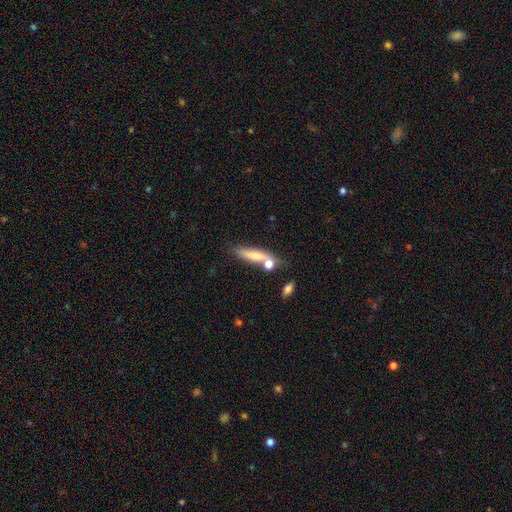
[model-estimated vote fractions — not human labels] Smooth or featured: smooth — 69% (featured or disk — 23%)
How rounded: cigar-shaped — 75% (in between — 21%)
Merging: none — 54% (merger — 23%)